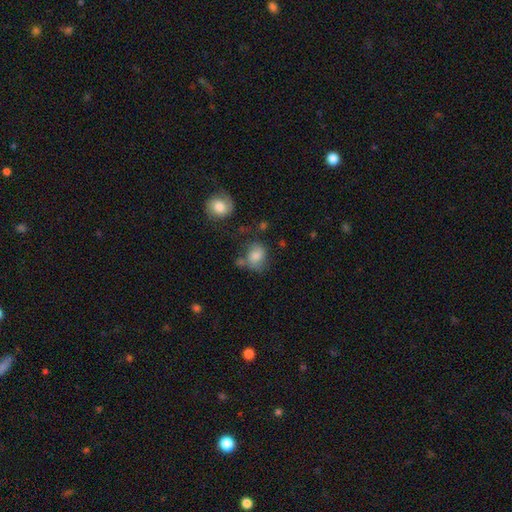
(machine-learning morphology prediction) smooth 76%, featured or disk 15%, star or artifact 9%. Down the decision tree: how rounded — round (50%); merging — none (47%).